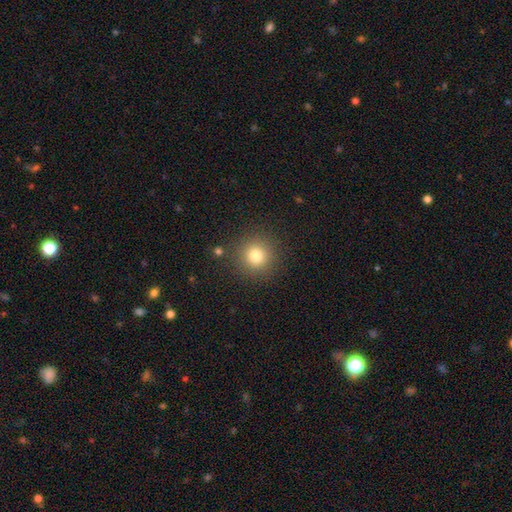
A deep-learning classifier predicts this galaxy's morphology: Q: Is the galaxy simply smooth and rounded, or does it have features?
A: smooth — 79%.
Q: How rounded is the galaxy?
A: round — 94%.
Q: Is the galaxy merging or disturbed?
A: none — 88%.